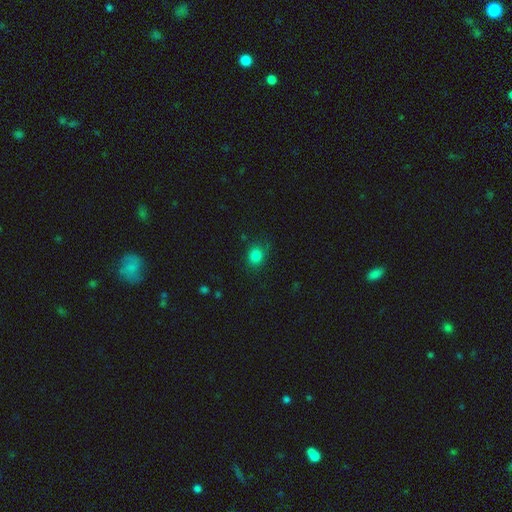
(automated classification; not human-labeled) This is clearly a smooth galaxy (82%). How rounded: likely round (67%). Merging: likely none (76%).